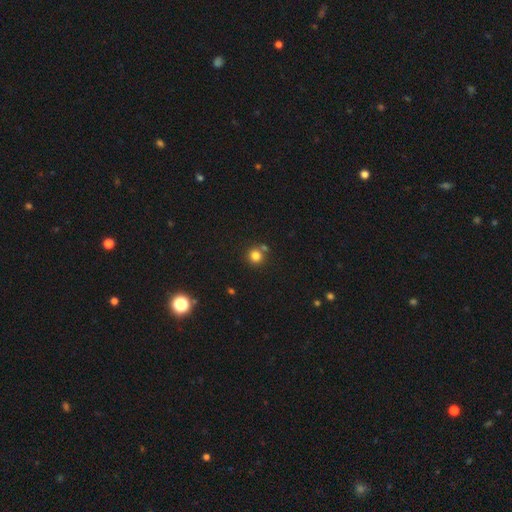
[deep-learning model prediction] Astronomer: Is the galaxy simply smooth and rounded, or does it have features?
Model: smooth — 80%.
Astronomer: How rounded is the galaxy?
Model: round — 92%.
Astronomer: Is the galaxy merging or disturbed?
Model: none — 72%.